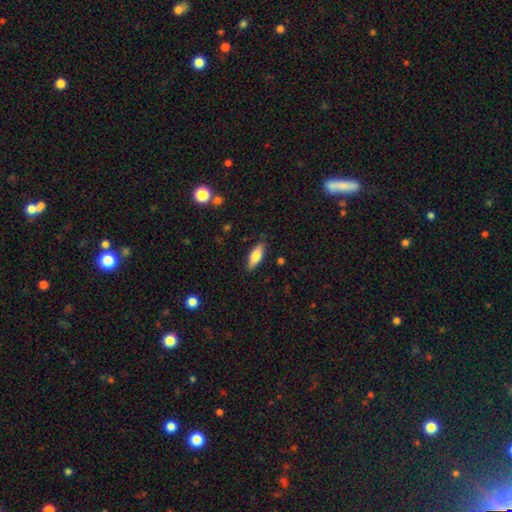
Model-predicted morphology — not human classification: smooth-or-featured: smooth: 69% | featured or disk: 25% | star or artifact: 6%
  how-rounded: in between: 67% | cigar-shaped: 31% | round: 3%
  merging: none: 87% | minor disturbance: 10% | major disturbance: 2% | merger: 1%